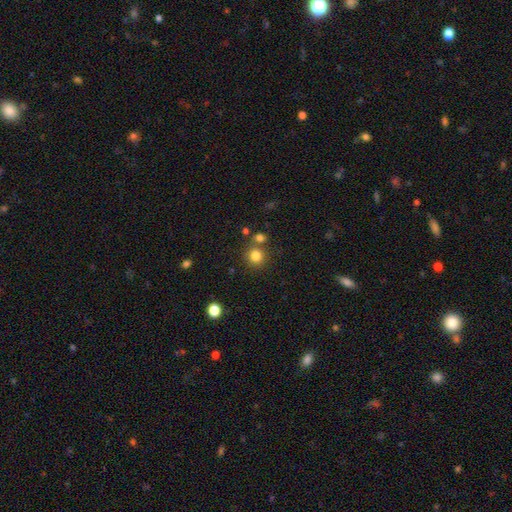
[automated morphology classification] The model was most divided on "merging": none: 74%, merger: 14%, minor disturbance: 8%, major disturbance: 3%. More confident: how rounded — round (90%); smooth or featured — smooth (81%).